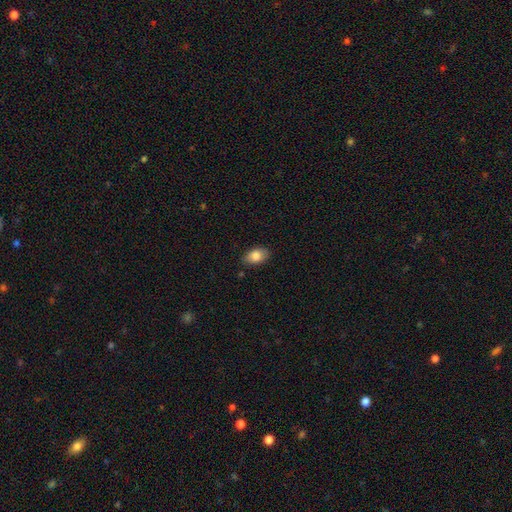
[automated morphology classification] The model was most divided on "merging": none: 83%, minor disturbance: 13%, major disturbance: 3%, merger: 1%. More confident: how rounded — in between (91%); smooth or featured — smooth (84%).